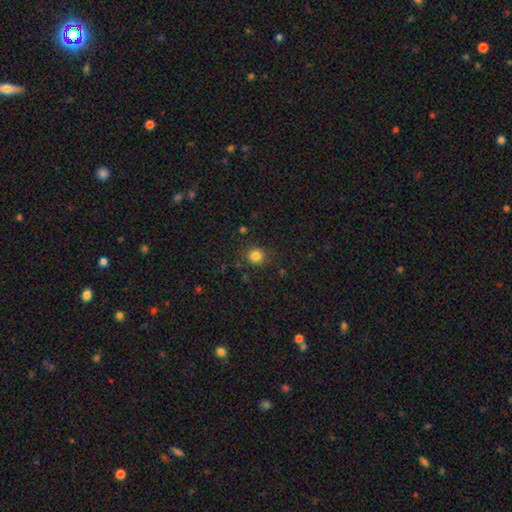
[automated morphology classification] This is clearly a smooth galaxy (83%). How rounded: clearly round (88%). Merging: clearly none (85%).